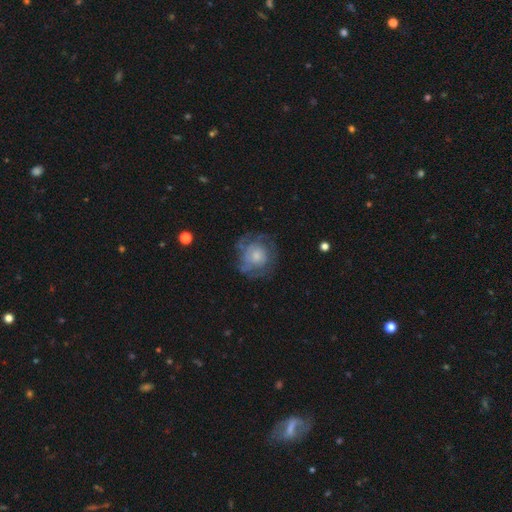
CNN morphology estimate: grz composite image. It shows a featured or disk galaxy (64%) with no bar (83%), spiral arms (74%) and a small central bulge (46%). Merging: none (65%).